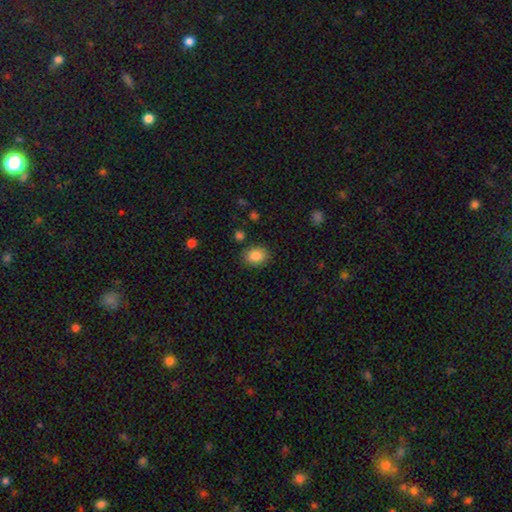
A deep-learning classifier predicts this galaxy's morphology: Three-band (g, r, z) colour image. It shows a smooth galaxy with no disk features (86%) that is in between round and cigar-shaped (57%). Merging: none (84%).